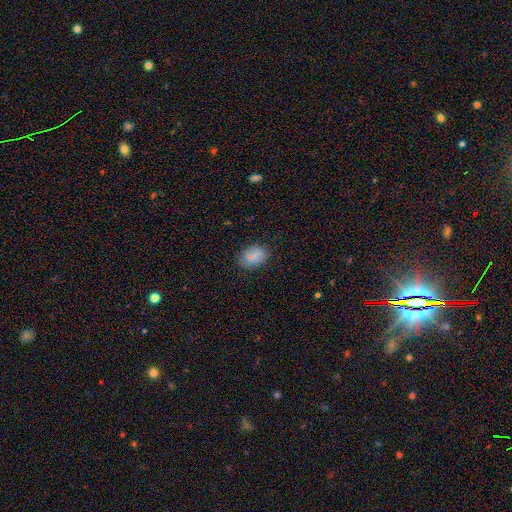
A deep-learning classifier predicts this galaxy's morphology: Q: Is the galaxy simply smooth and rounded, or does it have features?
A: smooth — 79%.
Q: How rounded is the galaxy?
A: in between — 80%.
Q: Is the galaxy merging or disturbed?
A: none — 80%.